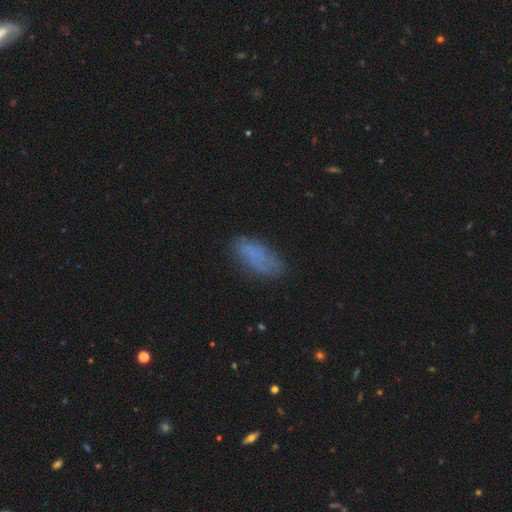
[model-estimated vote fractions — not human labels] Smooth or featured? smooth (71%)
How rounded? in between (83%)
Merging? none (70%)